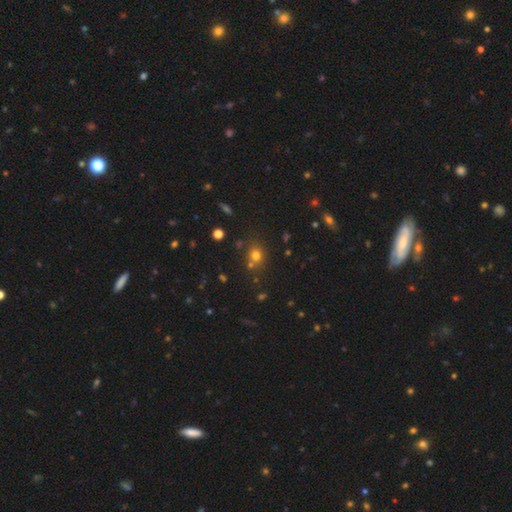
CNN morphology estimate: This is likely a smooth galaxy (70%). How rounded: likely round (78%). Merging: likely none (69%).